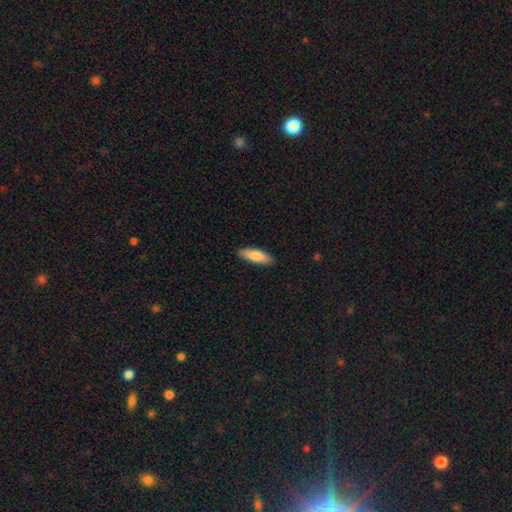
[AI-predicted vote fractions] A smooth galaxy with no disk features (82%) that is in between round and cigar-shaped (52%).

Vote fractions:
- Smooth or featured? smooth: 82% / featured or disk: 13% / star or artifact: 5%
- How rounded? in between: 52% / cigar-shaped: 46% / round: 2%
- Merging? none: 90% / minor disturbance: 8% / major disturbance: 2% / merger: 1%